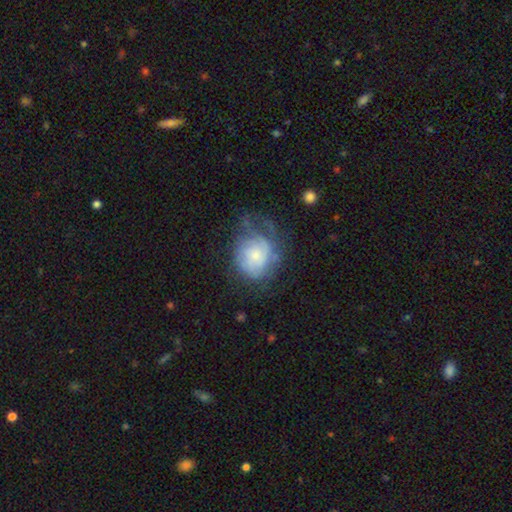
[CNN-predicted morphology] The model was most divided on "smooth or featured": featured or disk: 50%, smooth: 42%, star or artifact: 8%. Remaining: merging — none (40%).